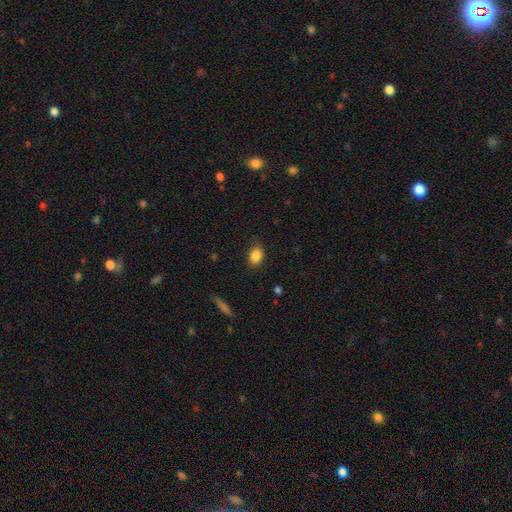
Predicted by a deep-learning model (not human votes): smooth_or_featured: smooth (p=0.86) [alt: star or artifact p=0.09]
how_rounded: in between (p=0.72) [alt: round p=0.26]
merging: none (p=0.77) [alt: minor disturbance p=0.18]